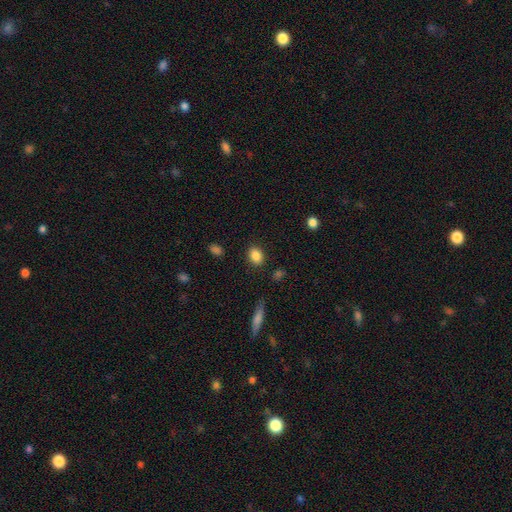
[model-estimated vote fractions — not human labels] This is clearly a smooth galaxy (86%). How rounded: likely in between (66%). Merging: clearly none (86%).